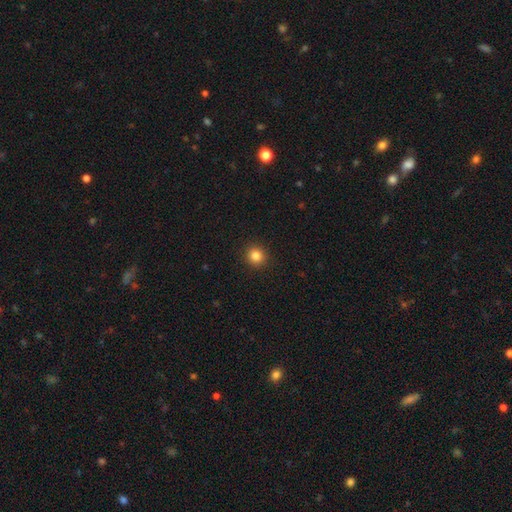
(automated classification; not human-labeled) The model was most divided on "smooth or featured": smooth: 84%, star or artifact: 12%, featured or disk: 4%. More confident: merging — none (92%); how rounded — round (92%).